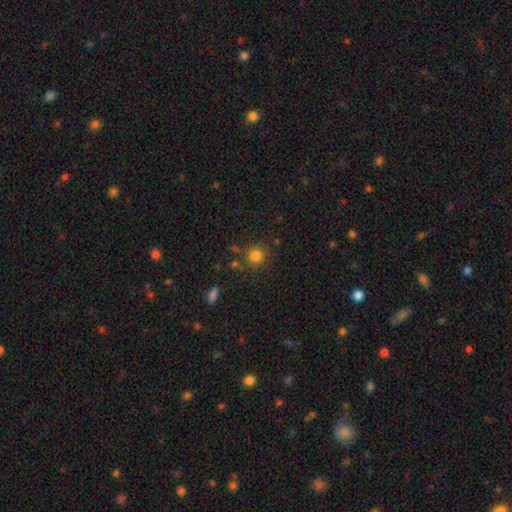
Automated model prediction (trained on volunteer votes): The model was most divided on "smooth or featured": smooth: 82%, star or artifact: 13%, featured or disk: 6%. More confident: how rounded — round (87%); merging — none (81%).